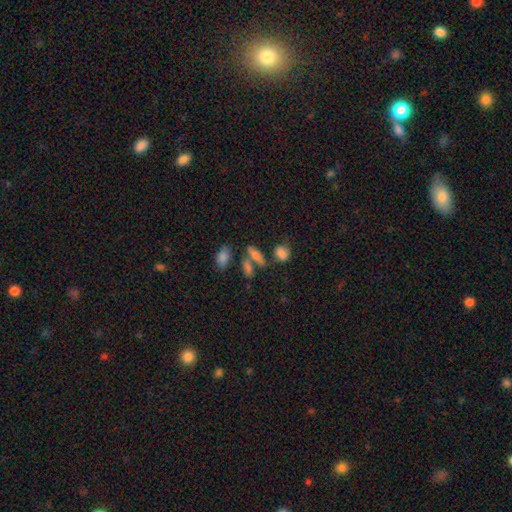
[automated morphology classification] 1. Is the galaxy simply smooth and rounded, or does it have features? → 65% smooth, 23% featured or disk, 12% star or artifact.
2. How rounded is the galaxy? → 56% in between, 36% cigar-shaped, 8% round.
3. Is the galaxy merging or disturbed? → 55% none, 23% merger, 15% minor disturbance, 7% major disturbance.